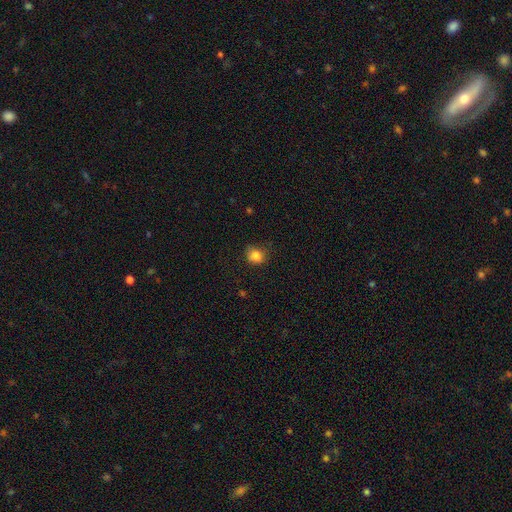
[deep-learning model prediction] Q: Smooth or featured?
A: smooth (84%); runner-up: star or artifact (11%)
Q: How rounded?
A: round (73%); runner-up: in between (27%)
Q: Merging?
A: none (70%); runner-up: minor disturbance (22%)